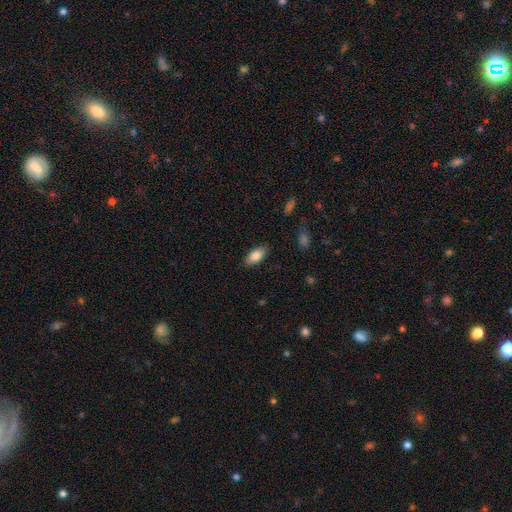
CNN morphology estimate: This appears to be a smooth galaxy with no disk features (83%) that is in between round and cigar-shaped (90%). Merging: none (87%).